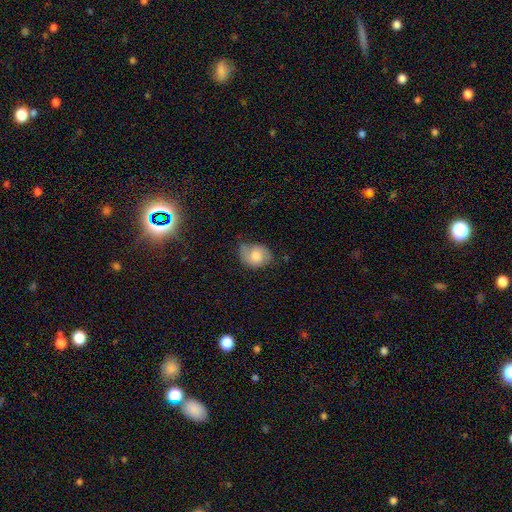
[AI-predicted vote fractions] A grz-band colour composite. It shows a smooth galaxy with no disk features (64%) that is in between round and cigar-shaped (57%). Merging: none (49%).